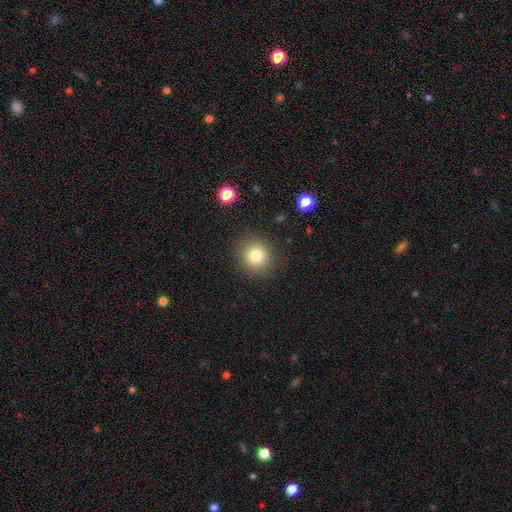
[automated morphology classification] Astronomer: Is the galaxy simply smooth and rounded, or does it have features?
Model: smooth — 80%.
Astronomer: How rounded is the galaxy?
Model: round — 90%.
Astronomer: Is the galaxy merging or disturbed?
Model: none — 88%.